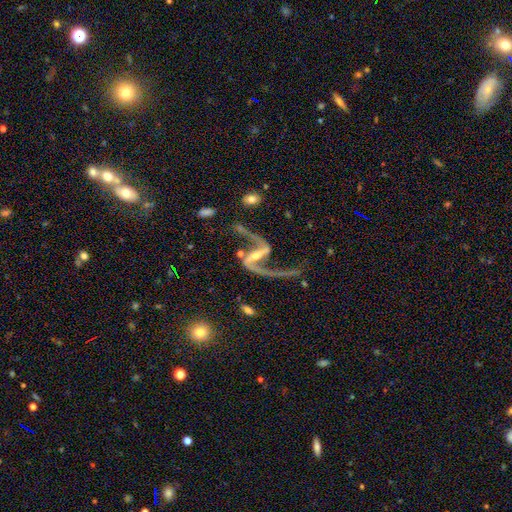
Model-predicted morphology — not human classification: This is clearly a featured or disk galaxy (93%). It is clearly not viewed edge-on (96%). Bar: likely strong (61%). Spiral arm pattern: clearly yes (98%). Spiral arm count: clearly 2 (93%). Spiral winding: clearly loose (81%). Central bulge: likely small (62%). Merging: likely none (64%).